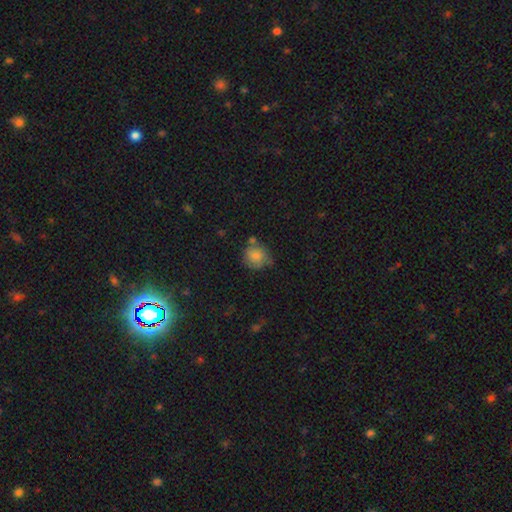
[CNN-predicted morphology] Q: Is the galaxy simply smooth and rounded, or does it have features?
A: smooth — 76%.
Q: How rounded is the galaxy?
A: round — 84%.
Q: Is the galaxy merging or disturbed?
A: none — 59%.